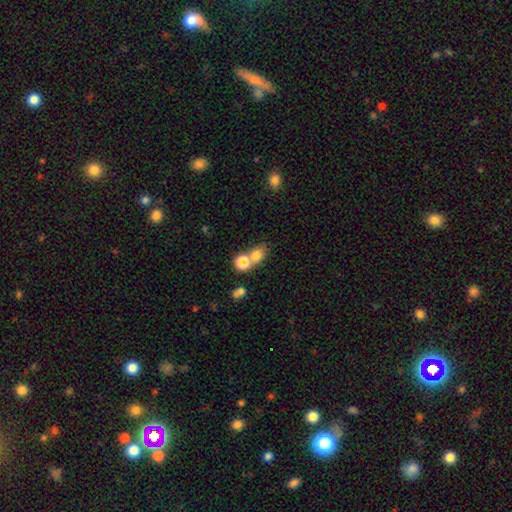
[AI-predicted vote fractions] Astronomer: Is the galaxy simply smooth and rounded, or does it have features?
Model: smooth — 77%.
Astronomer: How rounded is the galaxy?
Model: round — 57% (runner-up: in between, 41%).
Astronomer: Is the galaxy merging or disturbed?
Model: merger — 50% (runner-up: none, 38%).